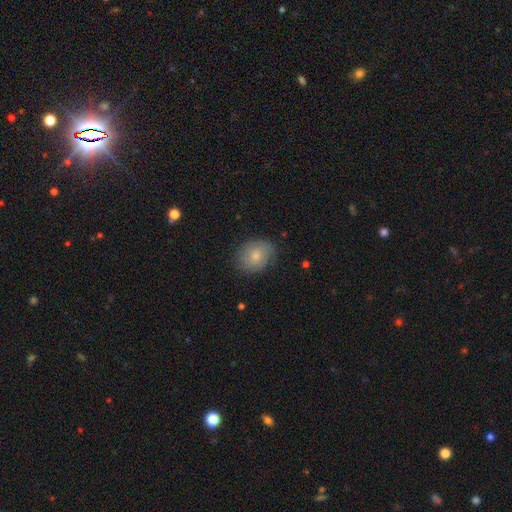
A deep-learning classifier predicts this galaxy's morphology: A smooth galaxy with no disk features (69%) that is round (59%). Merging: none (76%).